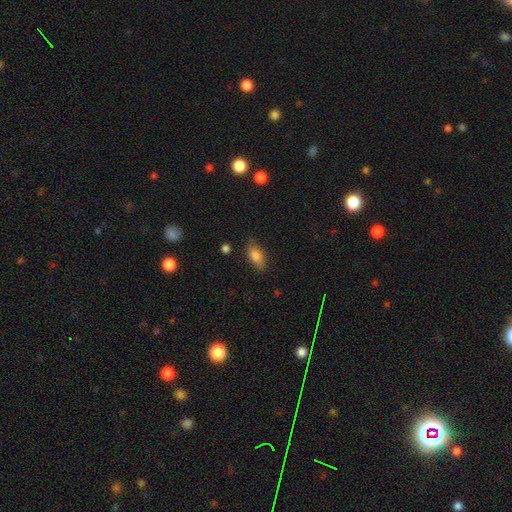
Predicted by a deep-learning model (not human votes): smooth_or_featured: smooth (p=0.83) [alt: featured or disk p=0.09]
how_rounded: in between (p=0.87) [alt: cigar-shaped p=0.08]
merging: none (p=0.80) [alt: minor disturbance p=0.15]